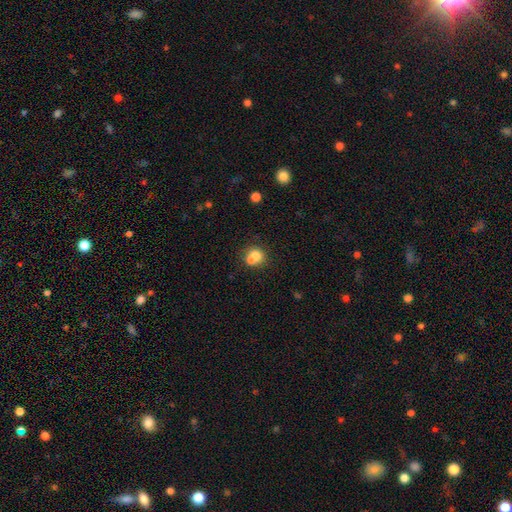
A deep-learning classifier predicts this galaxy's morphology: smooth_or_featured: smooth (p=0.72) [alt: featured or disk p=0.17]
how_rounded: round (p=0.77) [alt: in between p=0.22]
merging: merger (p=0.54) [alt: none p=0.35]